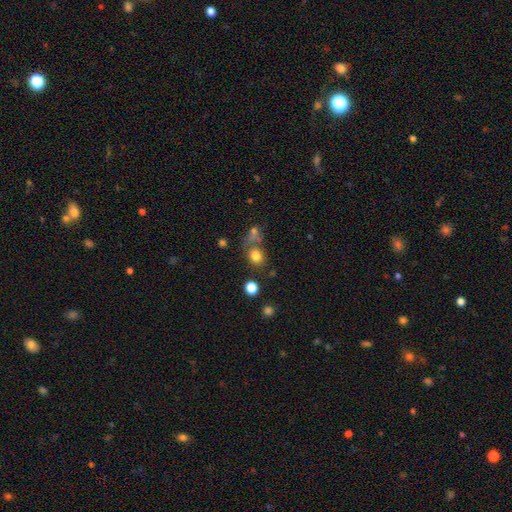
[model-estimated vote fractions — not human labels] Overall: smooth (78%). How rounded: round (68%; in between 31%). Merging: none (62%).